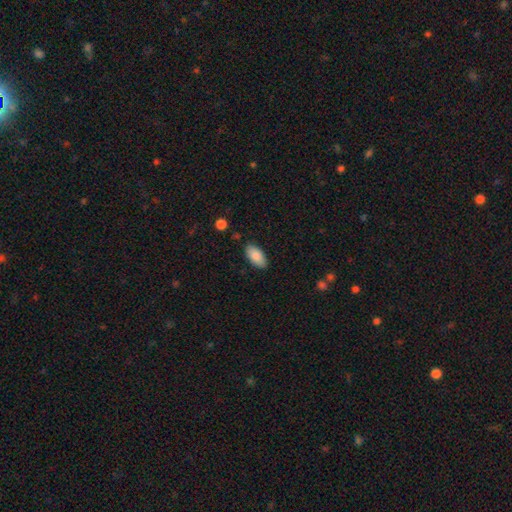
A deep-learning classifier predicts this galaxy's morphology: The model was most divided on "merging": none: 86%, minor disturbance: 10%, major disturbance: 2%, merger: 2%. More confident: how rounded — in between (93%); smooth or featured — smooth (87%).